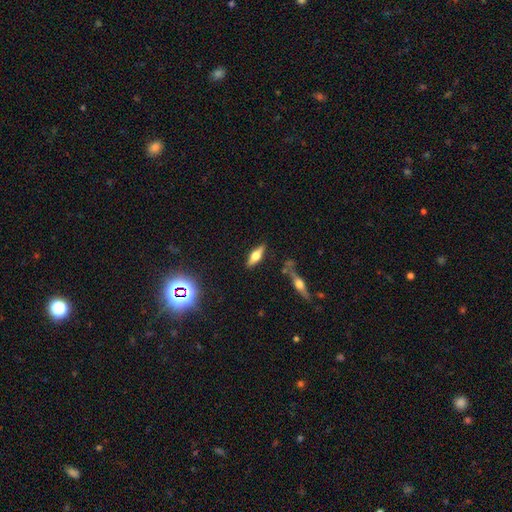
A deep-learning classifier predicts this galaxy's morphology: Smooth or featured? Predicted: featured or disk (p=0.54). Edge-on disk? Predicted: yes (p=0.93). Edge-on bulge? Predicted: rounded (p=0.93). Merging? Predicted: none (p=0.83).